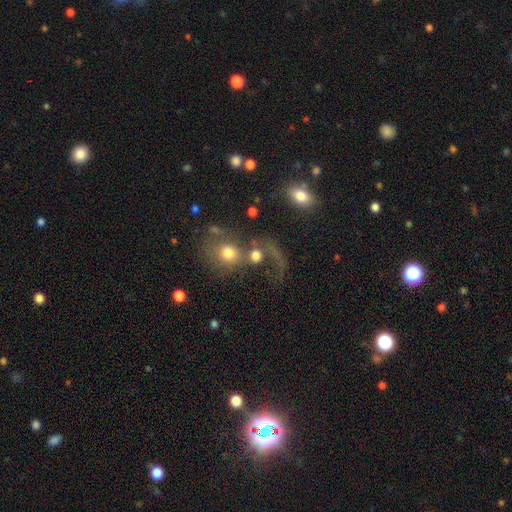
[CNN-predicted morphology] A smooth galaxy with no disk features (61%) that is round (74%). Merging: merger (50%).